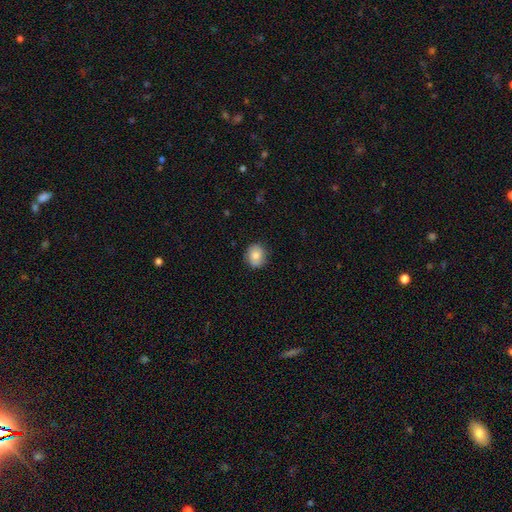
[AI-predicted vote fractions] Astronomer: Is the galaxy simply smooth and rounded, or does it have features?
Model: smooth — 81%.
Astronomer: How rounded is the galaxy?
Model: round — 74%.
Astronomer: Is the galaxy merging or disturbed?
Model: none — 85%.